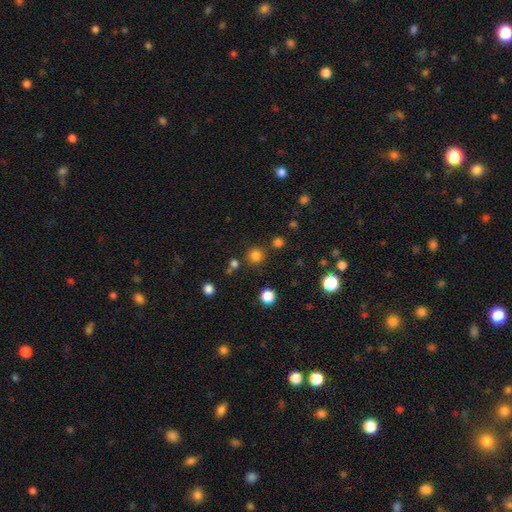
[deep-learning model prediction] Smooth or featured? Predicted: smooth (p=0.78). How rounded? Predicted: round (p=0.94). Merging? Predicted: none (p=0.83).